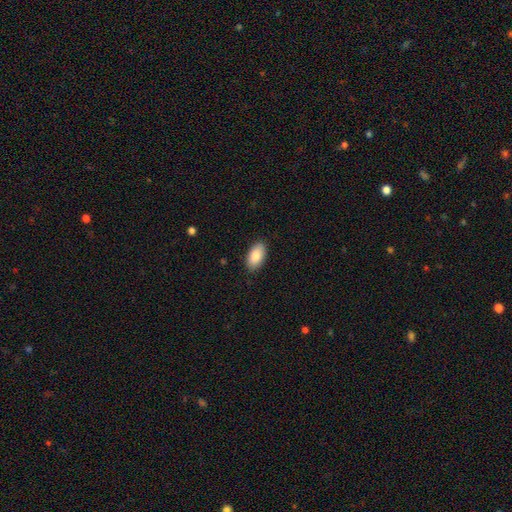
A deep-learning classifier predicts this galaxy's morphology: Smooth or featured? smooth (87%)
How rounded? in between (95%)
Merging? none (88%)